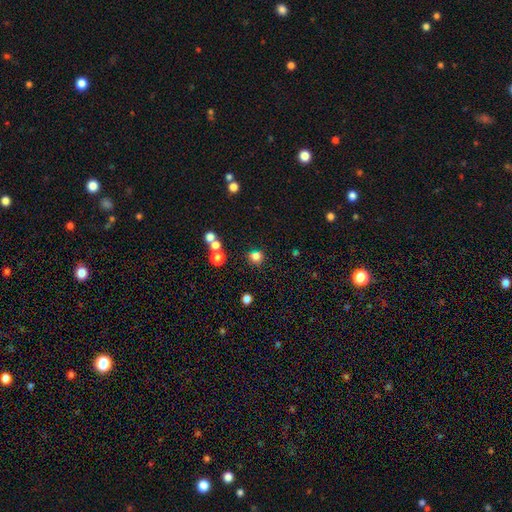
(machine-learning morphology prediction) smooth 77%, star or artifact 17%, featured or disk 6%. Down the decision tree: how rounded — round (81%); merging — none (72%).